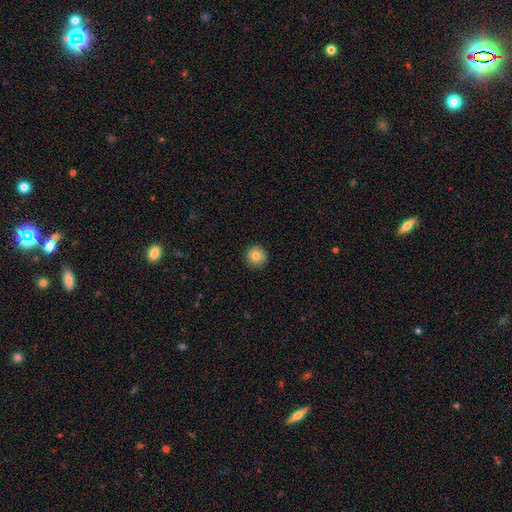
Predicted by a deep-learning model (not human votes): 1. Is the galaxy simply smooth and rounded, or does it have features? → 81% smooth, 10% star or artifact, 9% featured or disk.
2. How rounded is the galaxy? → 95% round, 4% in between, 1% cigar-shaped.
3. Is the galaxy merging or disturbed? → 91% none, 7% minor disturbance, 2% major disturbance, 1% merger.